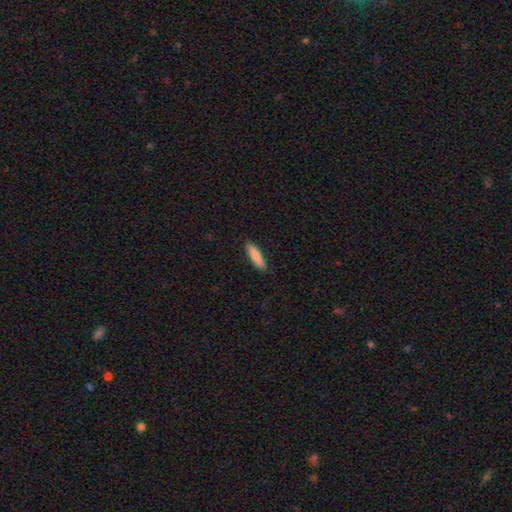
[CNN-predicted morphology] Q: Smooth or featured?
A: smooth (86%); runner-up: featured or disk (8%)
Q: How rounded?
A: cigar-shaped (72%); runner-up: in between (27%)
Q: Merging?
A: none (89%); runner-up: minor disturbance (8%)